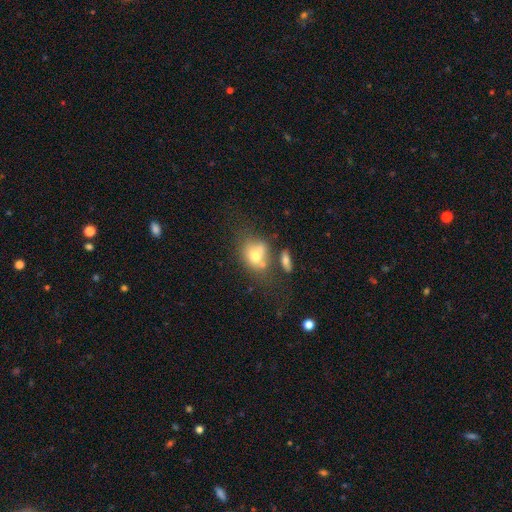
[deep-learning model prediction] This is likely a smooth galaxy (66%). How rounded: possibly round (50%). Merging: marginally none (38%).